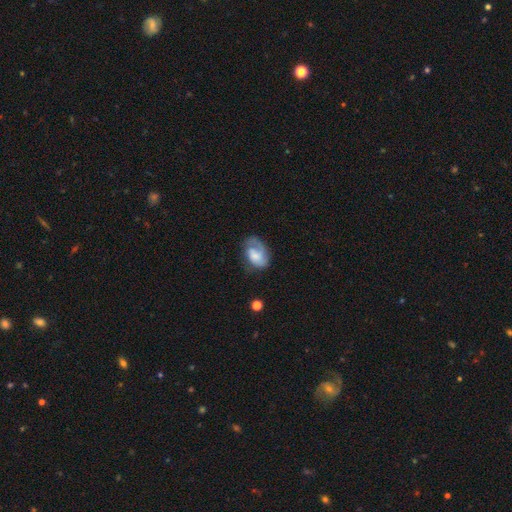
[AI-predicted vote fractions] This is possibly a featured or disk galaxy (49%). Merging: marginally none (44%).